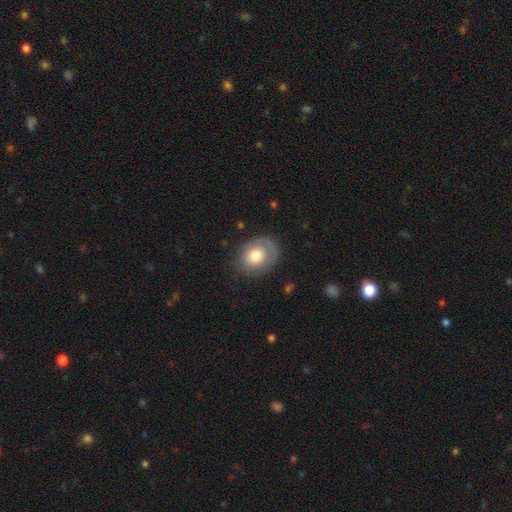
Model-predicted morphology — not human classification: type=smooth (62%); roundness=round (55%); merging=none (71%).